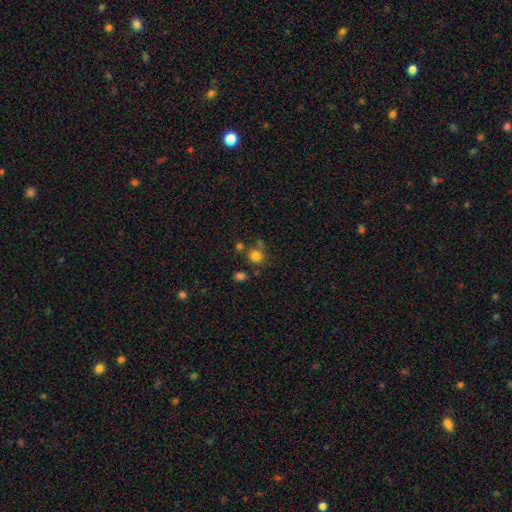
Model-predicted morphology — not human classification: A smooth galaxy with no disk features (79%) that is round (85%). Merging: none (67%).